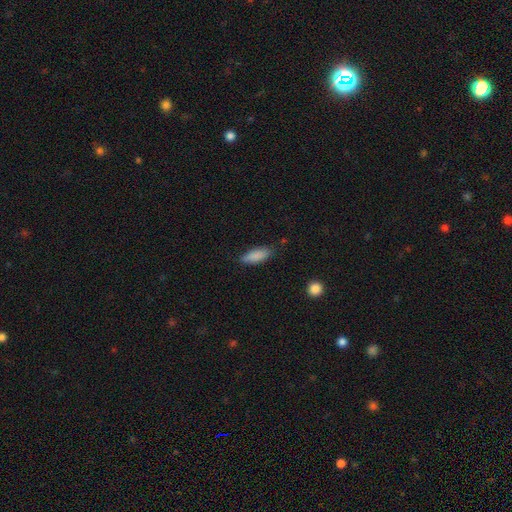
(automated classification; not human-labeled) Morphology: type=smooth (87%); roundness=in between (65%); merging=none (80%).